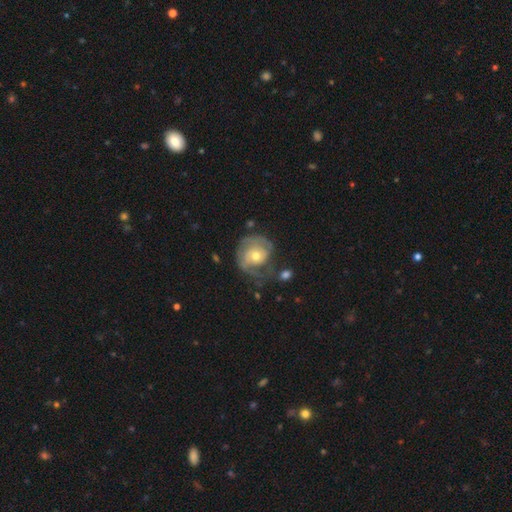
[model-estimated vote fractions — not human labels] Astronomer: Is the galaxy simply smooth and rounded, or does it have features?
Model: featured or disk — 72%.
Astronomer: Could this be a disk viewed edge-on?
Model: no — 97%.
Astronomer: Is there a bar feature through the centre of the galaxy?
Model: no — 76%.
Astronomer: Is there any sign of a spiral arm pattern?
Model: yes — 83%.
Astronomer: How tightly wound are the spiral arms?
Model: tight — 52% (runner-up: medium, 33%).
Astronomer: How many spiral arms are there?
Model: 2 — 41% (runner-up: can't tell, 30%).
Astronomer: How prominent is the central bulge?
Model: moderate — 62%.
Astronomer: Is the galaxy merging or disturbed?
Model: none — 49%.